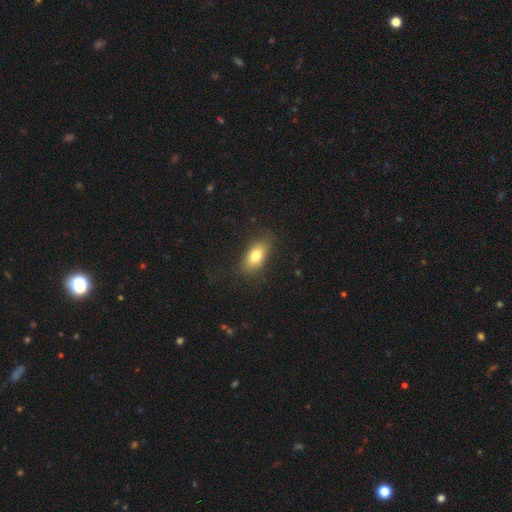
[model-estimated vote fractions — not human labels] Smooth or featured?
  - smooth: 77% *
  - featured or disk: 15%
  - star or artifact: 8%
How rounded?
  - in between: 87% *
  - cigar-shaped: 8%
  - round: 5%
Merging?
  - none: 83% *
  - minor disturbance: 12%
  - major disturbance: 4%
  - merger: 1%